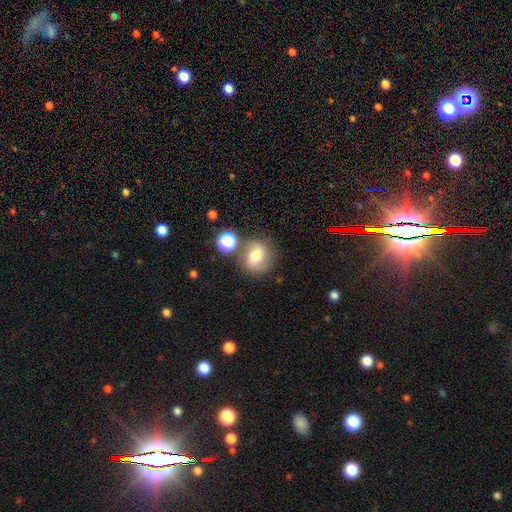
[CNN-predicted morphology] type=smooth (61%); roundness=round (70%); merging=none (66%).